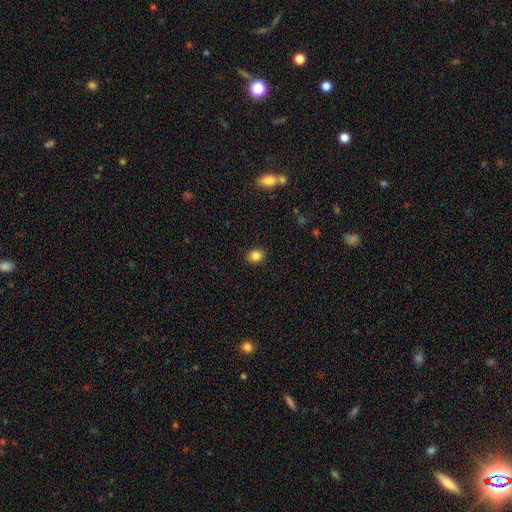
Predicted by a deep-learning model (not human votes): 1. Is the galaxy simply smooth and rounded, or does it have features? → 85% smooth, 10% star or artifact, 5% featured or disk.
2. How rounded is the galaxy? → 52% round, 47% in between, 1% cigar-shaped.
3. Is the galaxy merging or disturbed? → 88% none, 9% minor disturbance, 2% major disturbance, 1% merger.